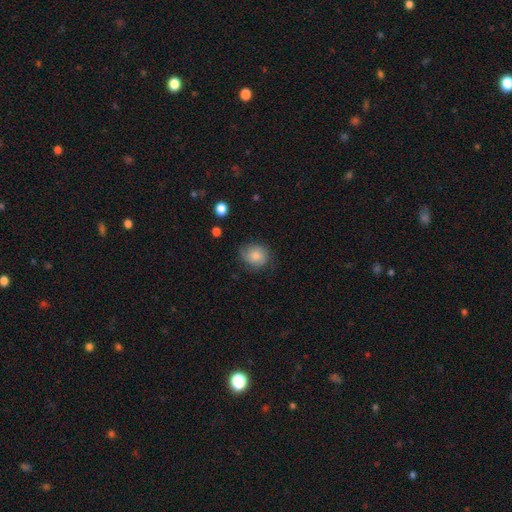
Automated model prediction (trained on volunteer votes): This is likely a smooth galaxy (79%). How rounded: likely round (73%). Merging: likely none (68%).